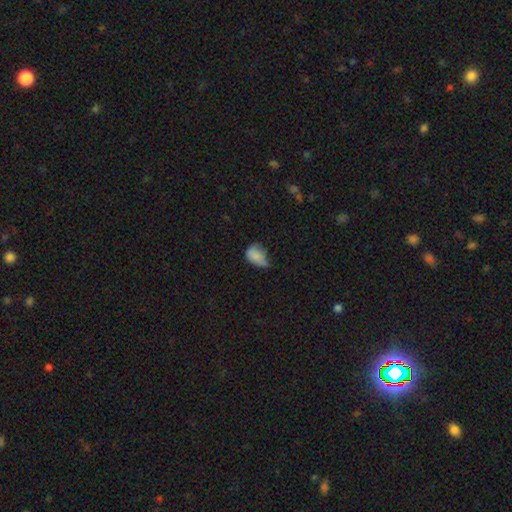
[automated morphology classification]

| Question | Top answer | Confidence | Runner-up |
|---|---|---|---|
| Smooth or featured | smooth | 78% | featured or disk (12%) |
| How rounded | in between | 81% | round (16%) |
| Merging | minor disturbance | 49% | major disturbance (24%) |